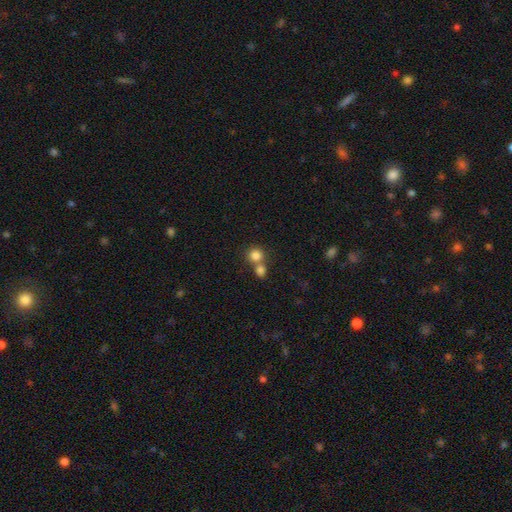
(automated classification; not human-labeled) Smooth or featured?
  - smooth: 82% *
  - star or artifact: 11%
  - featured or disk: 7%
How rounded?
  - round: 88% *
  - in between: 11%
  - cigar-shaped: 1%
Merging?
  - none: 46% *
  - merger: 45%
  - minor disturbance: 6%
  - major disturbance: 3%